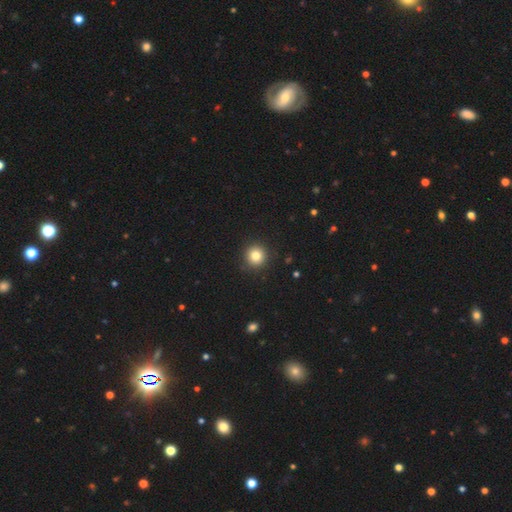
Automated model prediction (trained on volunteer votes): Smooth or featured?
  - smooth: 82% *
  - star or artifact: 11%
  - featured or disk: 7%
How rounded?
  - round: 95% *
  - in between: 4%
  - cigar-shaped: 1%
Merging?
  - none: 92% *
  - minor disturbance: 5%
  - major disturbance: 2%
  - merger: 1%